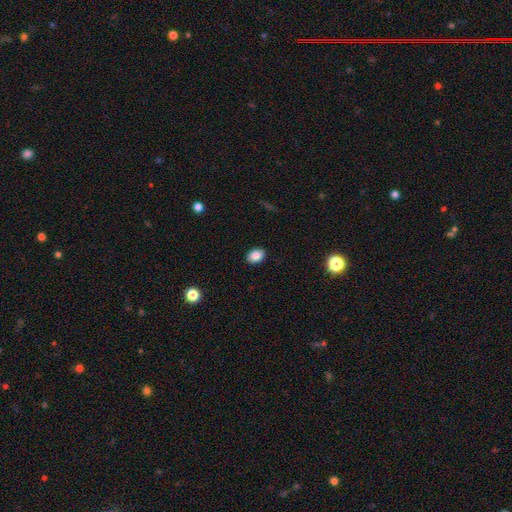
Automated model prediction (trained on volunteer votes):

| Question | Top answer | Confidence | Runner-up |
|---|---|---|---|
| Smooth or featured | smooth | 86% | star or artifact (9%) |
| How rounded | in between | 78% | round (21%) |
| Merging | none | 89% | minor disturbance (8%) |